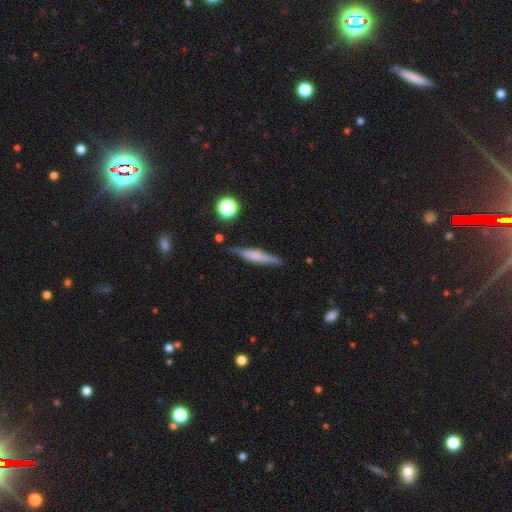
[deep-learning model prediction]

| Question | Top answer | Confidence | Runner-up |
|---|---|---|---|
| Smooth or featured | smooth | 47% | featured or disk (45%) |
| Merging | none | 77% | minor disturbance (16%) |